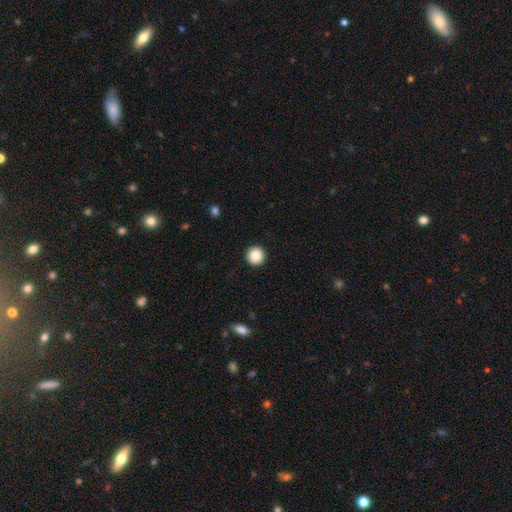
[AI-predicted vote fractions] A smooth galaxy with no disk features (86%) that is round (96%). Merging: none (93%).